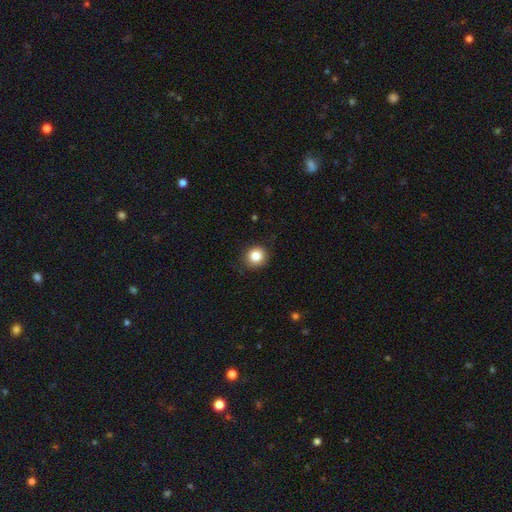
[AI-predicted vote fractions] A smooth galaxy with no disk features (84%) that is round (89%).

Vote fractions:
- Smooth or featured? smooth: 84% / star or artifact: 11% / featured or disk: 5%
- How rounded? round: 89% / in between: 10% / cigar-shaped: 1%
- Merging? none: 87% / minor disturbance: 10% / major disturbance: 2% / merger: 1%